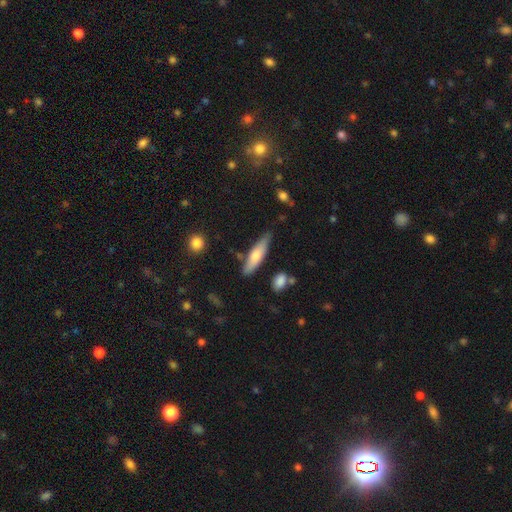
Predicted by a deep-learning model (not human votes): smooth-or-featured: smooth: 63% | featured or disk: 32% | star or artifact: 5%
  how-rounded: cigar-shaped: 69% | in between: 30% | round: 2%
  merging: none: 75% | minor disturbance: 17% | merger: 5% | major disturbance: 3%